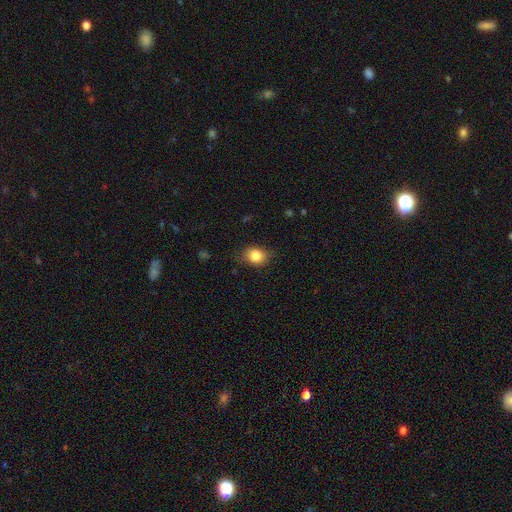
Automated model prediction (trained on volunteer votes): smooth 83%, star or artifact 9%, featured or disk 8%. Down the decision tree: how rounded — in between (52%); merging — none (76%).